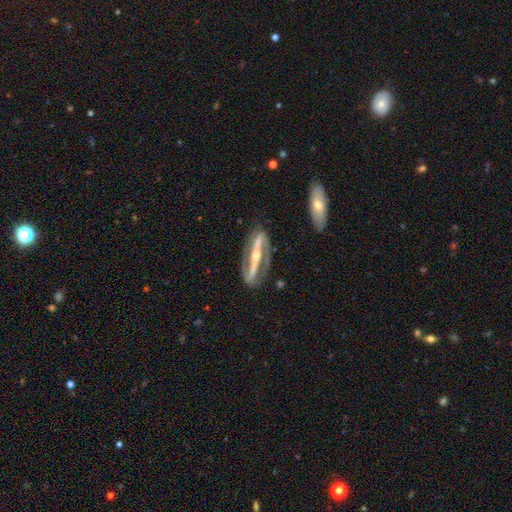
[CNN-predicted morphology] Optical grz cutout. It shows a featured or disk galaxy (89%) with a strong bar (81%), 2 (92%) medium (43%) spiral arms (90%) and a moderate central bulge (51%). Merging: none (79%).